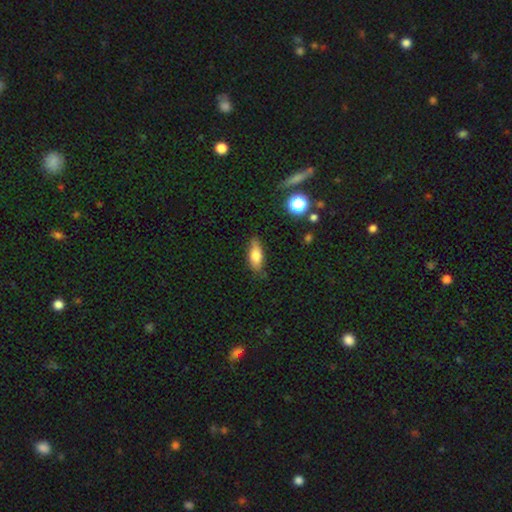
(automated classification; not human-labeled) Morphology: type=smooth (74%); roundness=in between (68%); merging=none (78%).